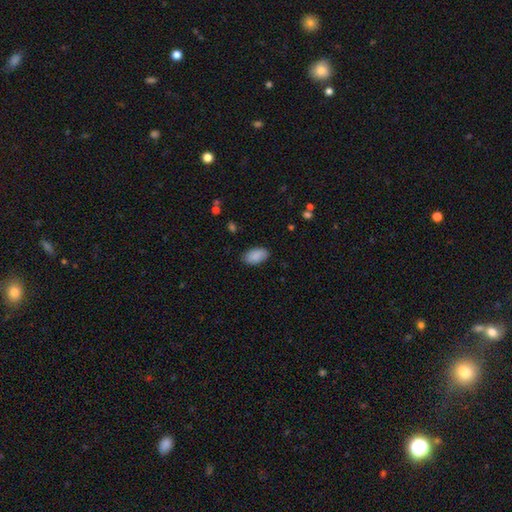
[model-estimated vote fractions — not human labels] smooth_or_featured: smooth (p=0.88) [alt: star or artifact p=0.07]
how_rounded: in between (p=0.94) [alt: round p=0.04]
merging: none (p=0.83) [alt: minor disturbance p=0.13]